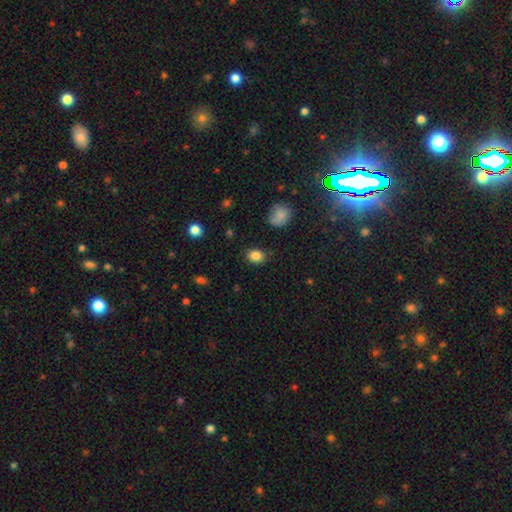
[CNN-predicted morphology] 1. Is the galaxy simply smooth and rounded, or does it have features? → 85% smooth, 10% star or artifact, 5% featured or disk.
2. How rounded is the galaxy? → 53% in between, 46% round, 1% cigar-shaped.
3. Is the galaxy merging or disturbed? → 83% none, 12% minor disturbance, 3% major disturbance, 2% merger.